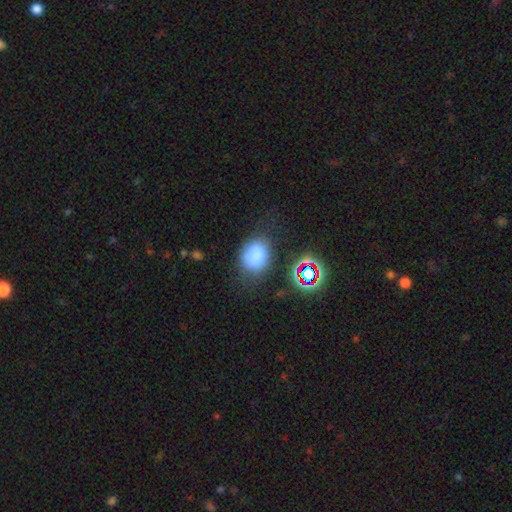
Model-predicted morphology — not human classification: This appears to be a smooth galaxy with no disk features (77%) that is in between round and cigar-shaped (59%). Merging: none (63%).